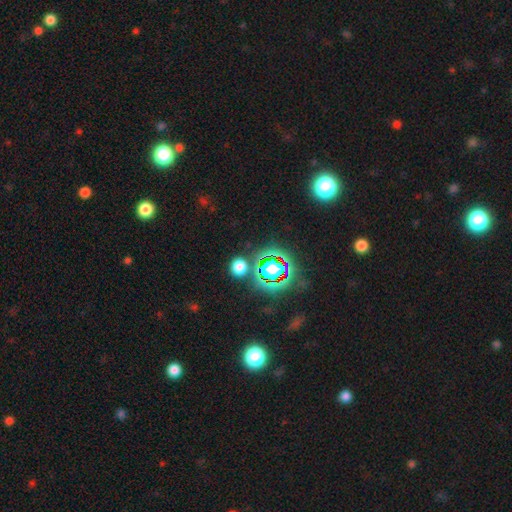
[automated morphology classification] This appears to be a star or artifact, not a galaxy (76%).